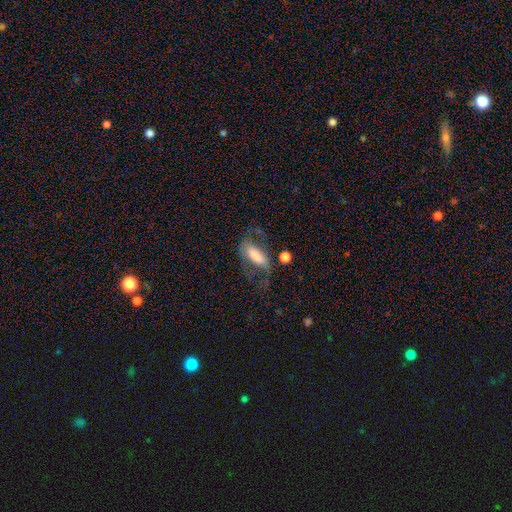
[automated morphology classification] Smooth or featured? smooth (50%)
How rounded? in between (76%)
Merging? major disturbance (36%, tied with none)